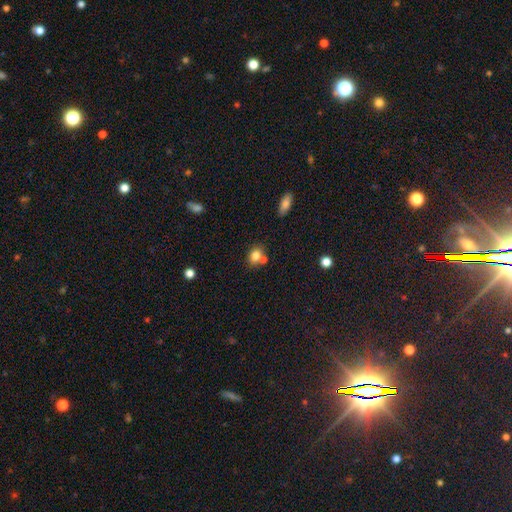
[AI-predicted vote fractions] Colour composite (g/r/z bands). It shows a smooth galaxy with no disk features (79%) that is round (54%). Merging: none (55%).